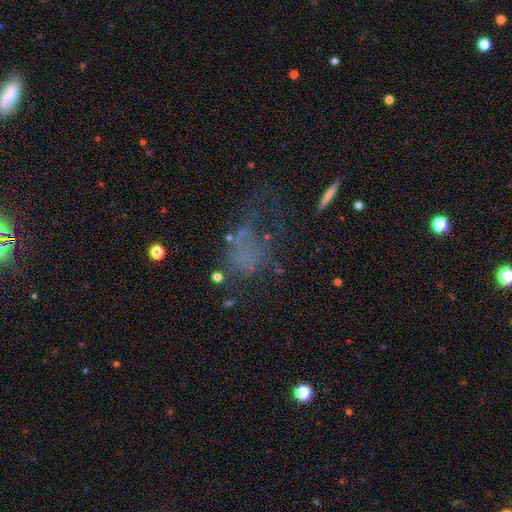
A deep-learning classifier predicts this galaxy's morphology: Smooth or featured? Predicted: smooth (p=0.39). Merging? Predicted: major disturbance (p=0.44).